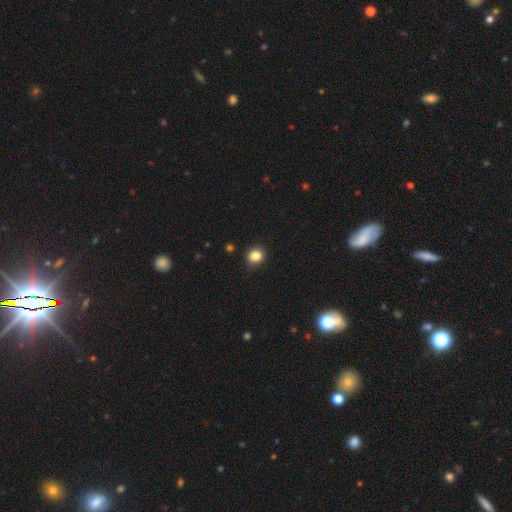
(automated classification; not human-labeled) smooth_or_featured: smooth (p=0.84) [alt: star or artifact p=0.11]
how_rounded: round (p=0.71) [alt: in between p=0.28]
merging: none (p=0.87) [alt: minor disturbance p=0.09]